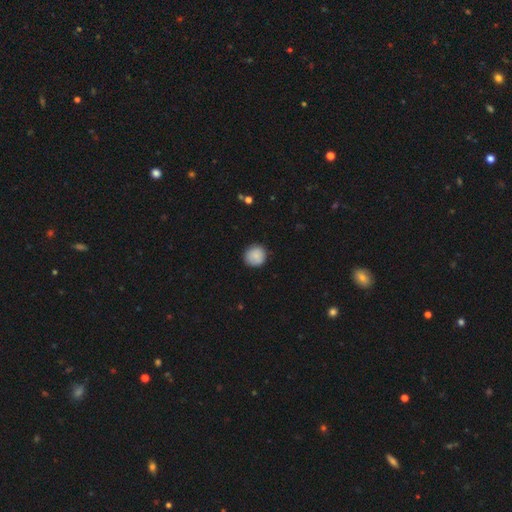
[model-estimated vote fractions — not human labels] smooth 86%, star or artifact 7%, featured or disk 6%. Down the decision tree: how rounded — round (93%); merging — none (87%).